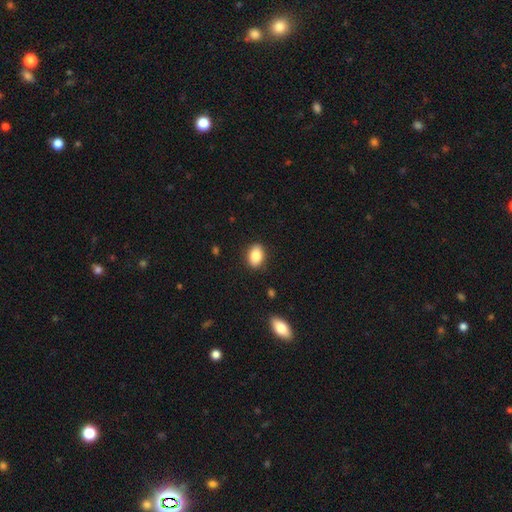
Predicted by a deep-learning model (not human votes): A smooth galaxy with no disk features (87%) that is in between round and cigar-shaped (81%).

Vote fractions:
- Smooth or featured? smooth: 87% / star or artifact: 8% / featured or disk: 6%
- How rounded? in between: 81% / round: 17% / cigar-shaped: 1%
- Merging? none: 86% / minor disturbance: 10% / major disturbance: 3% / merger: 1%